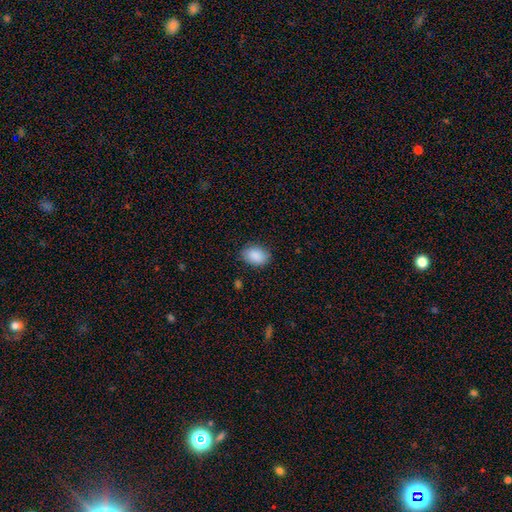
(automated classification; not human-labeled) Smooth or featured? smooth (89%)
How rounded? in between (77%)
Merging? none (84%)